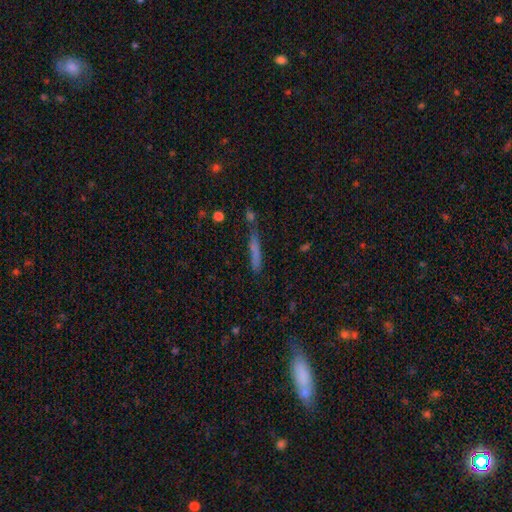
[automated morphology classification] Smooth or featured?
  - smooth: 64% *
  - featured or disk: 23%
  - star or artifact: 13%
How rounded?
  - cigar-shaped: 92% *
  - in between: 6%
  - round: 2%
Merging?
  - none: 69% *
  - minor disturbance: 18%
  - merger: 7%
  - major disturbance: 6%